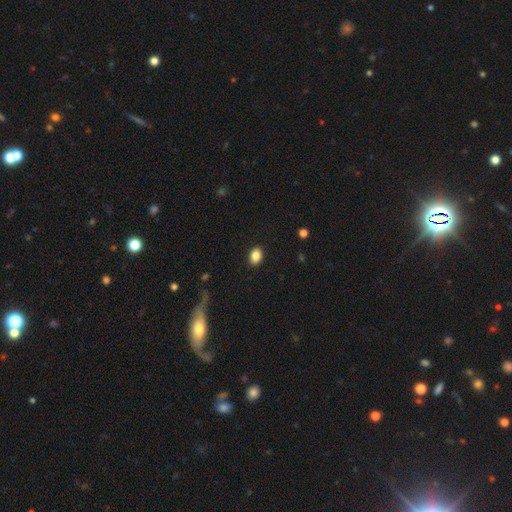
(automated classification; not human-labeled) smooth-or-featured: smooth: 87% | star or artifact: 8% | featured or disk: 5%
  how-rounded: in between: 79% | round: 20% | cigar-shaped: 1%
  merging: none: 89% | minor disturbance: 8% | major disturbance: 2% | merger: 1%